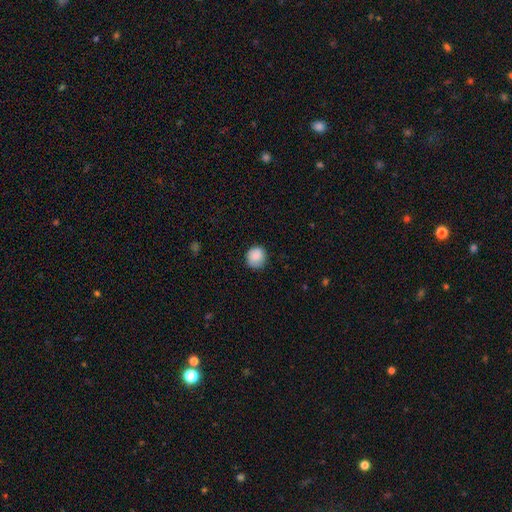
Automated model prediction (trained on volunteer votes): smooth_or_featured: smooth (p=0.87) [alt: star or artifact p=0.08]
how_rounded: round (p=0.88) [alt: in between p=0.11]
merging: none (p=0.80) [alt: minor disturbance p=0.16]